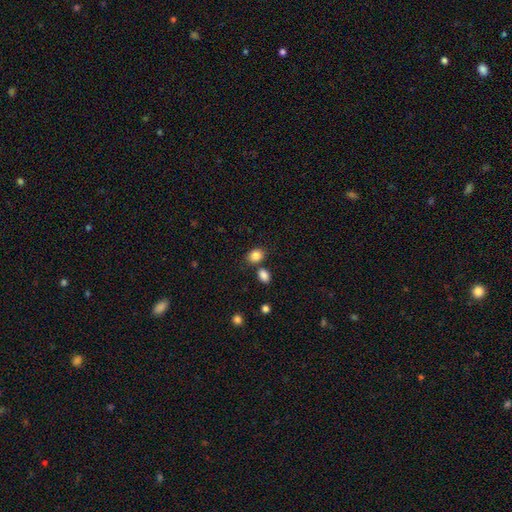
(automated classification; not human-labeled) Smooth or featured: smooth — 86% (star or artifact — 9%)
How rounded: in between — 58% (round — 41%)
Merging: none — 69% (merger — 17%)